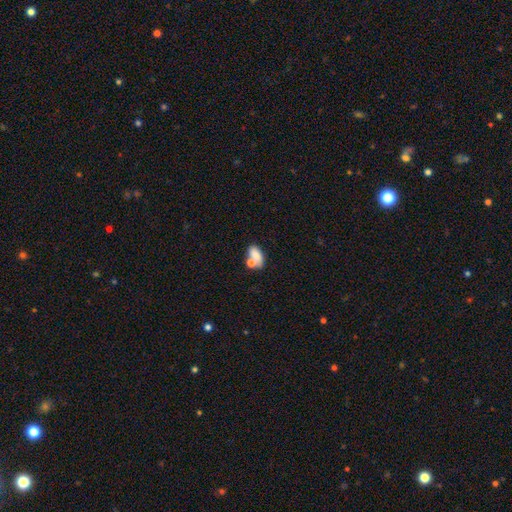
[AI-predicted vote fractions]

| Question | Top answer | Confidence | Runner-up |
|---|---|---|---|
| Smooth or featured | smooth | 73% | featured or disk (17%) |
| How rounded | in between | 84% | round (11%) |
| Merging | merger | 42% | none (38%) |